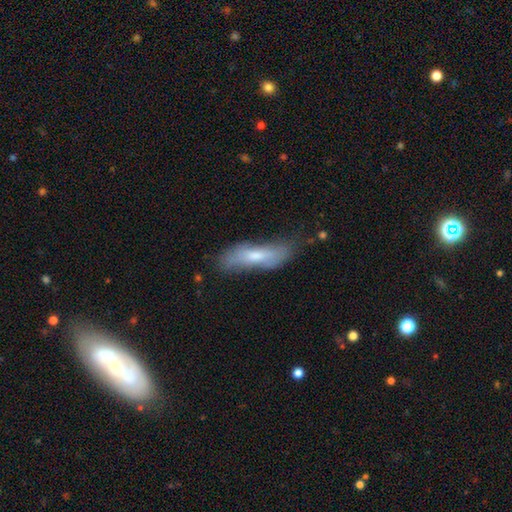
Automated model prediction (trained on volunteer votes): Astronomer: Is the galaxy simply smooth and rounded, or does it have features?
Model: smooth — 59% (runner-up: featured or disk, 34%).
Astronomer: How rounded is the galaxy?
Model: cigar-shaped — 62%.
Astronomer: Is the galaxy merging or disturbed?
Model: none — 59%.